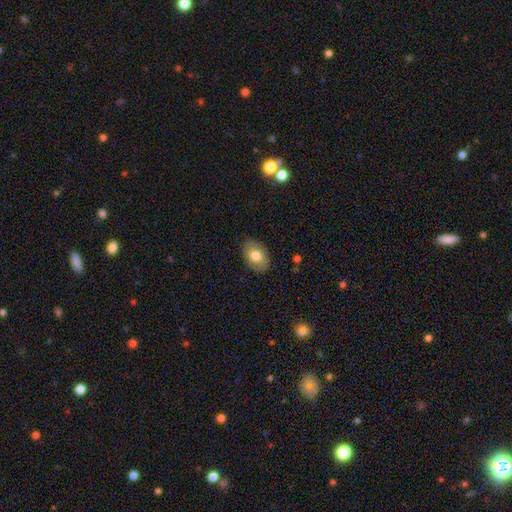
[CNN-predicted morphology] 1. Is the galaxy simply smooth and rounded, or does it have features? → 75% smooth, 18% featured or disk, 7% star or artifact.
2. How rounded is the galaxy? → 82% in between, 17% round, 1% cigar-shaped.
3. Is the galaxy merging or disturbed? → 85% none, 12% minor disturbance, 3% major disturbance, 1% merger.